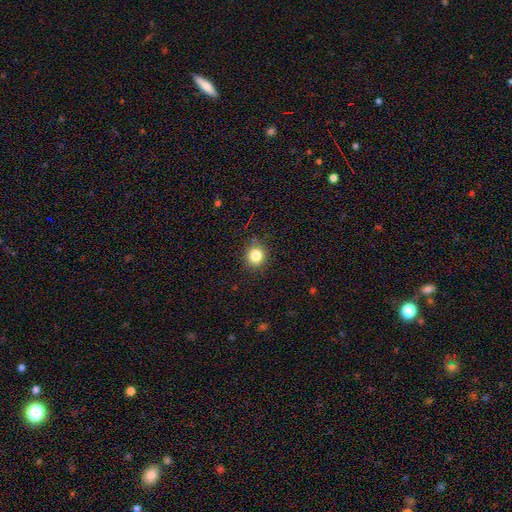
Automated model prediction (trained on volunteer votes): A smooth galaxy with no disk features (83%) that is round (88%). Merging: none (88%).